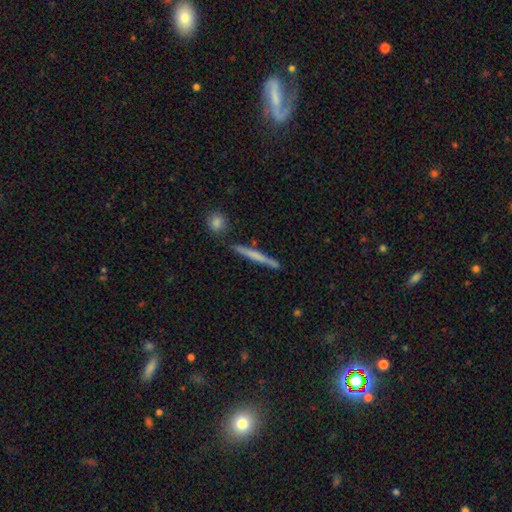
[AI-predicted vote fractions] Smooth or featured: smooth — 52% (featured or disk — 42%)
How rounded: cigar-shaped — 96% (in between — 2%)
Merging: none — 86% (minor disturbance — 9%)